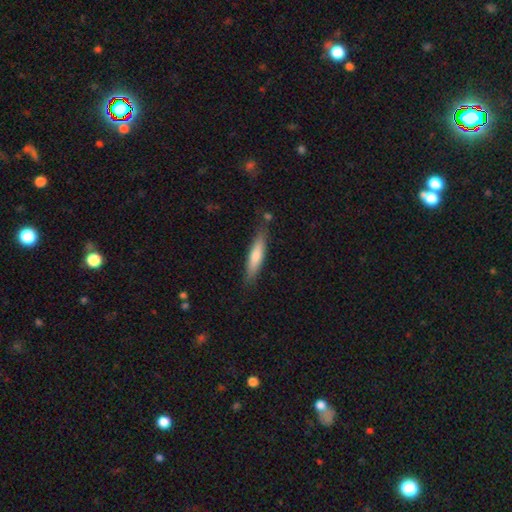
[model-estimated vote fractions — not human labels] This is likely a smooth galaxy (64%). How rounded: clearly cigar-shaped (84%). Merging: clearly none (83%).